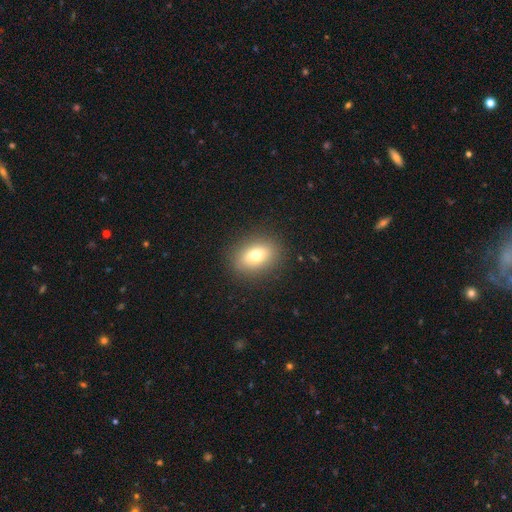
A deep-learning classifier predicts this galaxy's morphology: smooth-or-featured: smooth: 74% | featured or disk: 15% | star or artifact: 11%
  how-rounded: in between: 71% | round: 27% | cigar-shaped: 2%
  merging: none: 88% | minor disturbance: 8% | major disturbance: 3% | merger: 1%